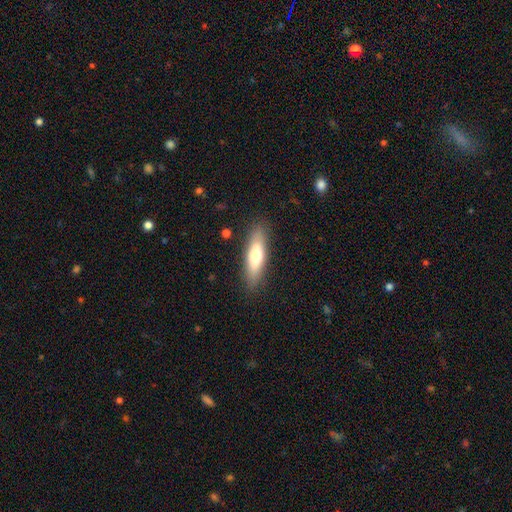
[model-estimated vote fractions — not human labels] The model was most divided on "how rounded": cigar-shaped: 61%, in between: 37%, round: 2%. More confident: merging — none (86%); smooth or featured — smooth (66%).